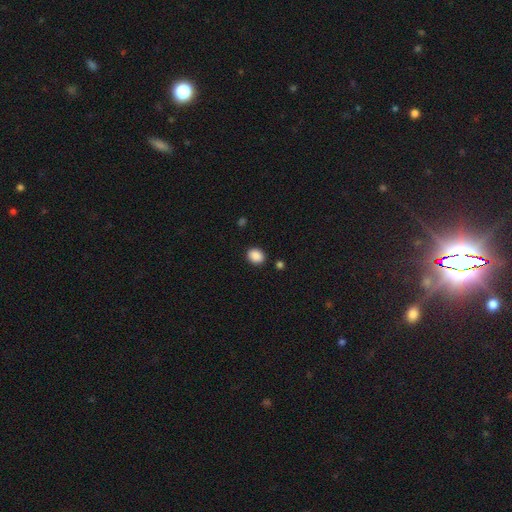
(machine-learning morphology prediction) smooth-or-featured: smooth: 88% | star or artifact: 9% | featured or disk: 3%
  how-rounded: in between: 50% | round: 49% | cigar-shaped: 1%
  merging: none: 88% | minor disturbance: 8% | major disturbance: 2% | merger: 2%